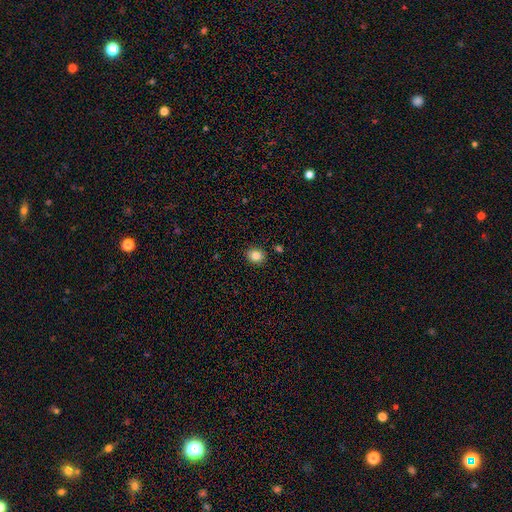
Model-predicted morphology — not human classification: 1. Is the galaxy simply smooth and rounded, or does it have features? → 85% smooth, 10% star or artifact, 5% featured or disk.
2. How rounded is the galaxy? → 70% round, 29% in between, 1% cigar-shaped.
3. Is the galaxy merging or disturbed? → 89% none, 7% minor disturbance, 2% merger, 2% major disturbance.